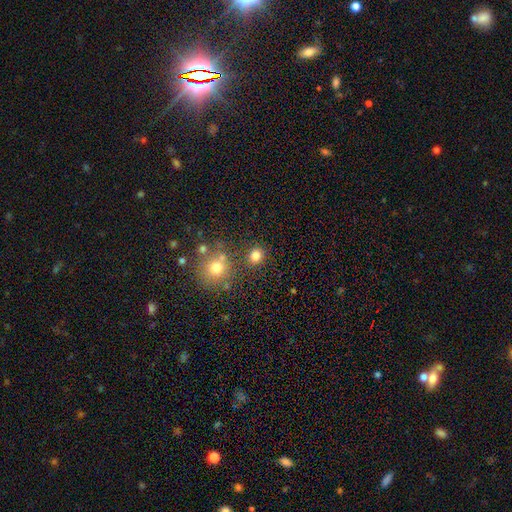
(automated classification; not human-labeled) Q: Smooth or featured?
A: smooth (79%); runner-up: star or artifact (14%)
Q: How rounded?
A: round (82%); runner-up: in between (18%)
Q: Merging?
A: none (81%); runner-up: minor disturbance (8%)